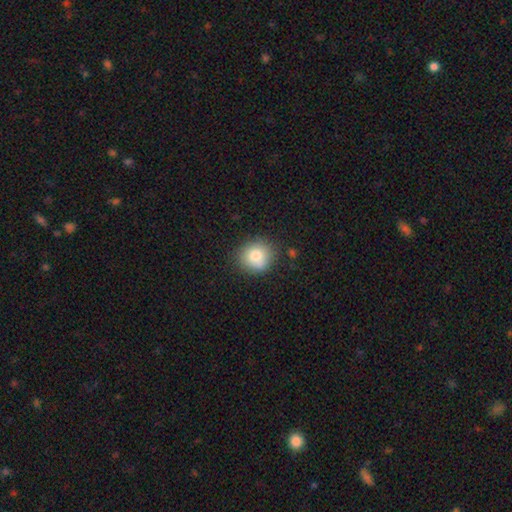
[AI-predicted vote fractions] smooth 79%, featured or disk 11%, star or artifact 10%. Down the decision tree: how rounded — round (82%); merging — none (77%).